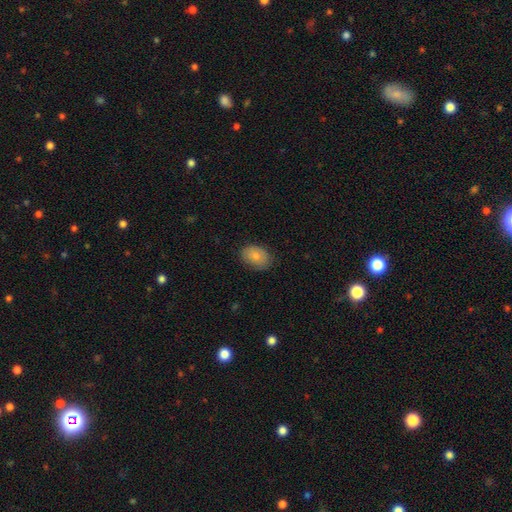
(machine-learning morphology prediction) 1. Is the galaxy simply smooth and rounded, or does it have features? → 82% smooth, 11% featured or disk, 7% star or artifact.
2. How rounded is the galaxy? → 80% in between, 19% round, 1% cigar-shaped.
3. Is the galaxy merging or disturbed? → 83% none, 13% minor disturbance, 3% major disturbance, 1% merger.